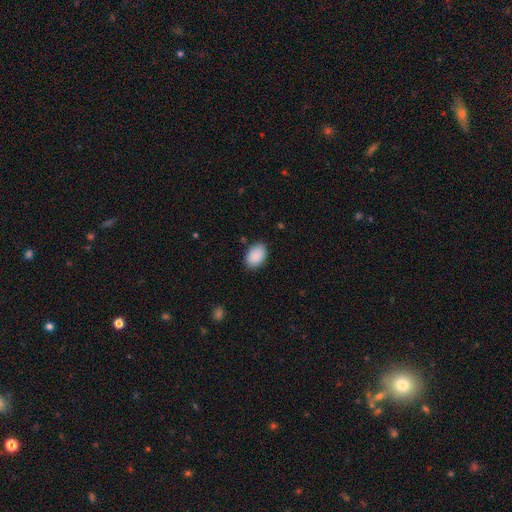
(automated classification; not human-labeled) smooth-or-featured: smooth: 90% | star or artifact: 6% | featured or disk: 3%
  how-rounded: in between: 87% | round: 12% | cigar-shaped: 1%
  merging: none: 85% | minor disturbance: 11% | major disturbance: 3% | merger: 1%